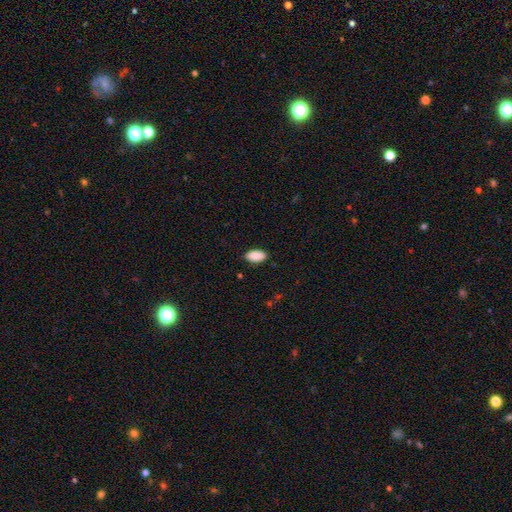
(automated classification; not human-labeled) Overall: smooth (91%). How rounded: in between (94%). Merging: none (87%).